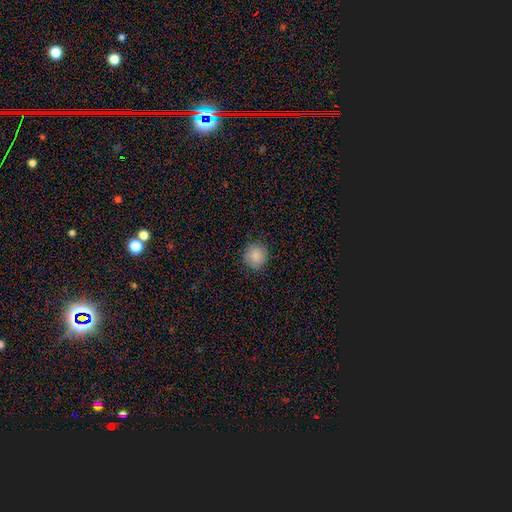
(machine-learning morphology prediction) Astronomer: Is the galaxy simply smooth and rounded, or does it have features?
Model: smooth — 88%.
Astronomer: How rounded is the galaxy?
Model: round — 91%.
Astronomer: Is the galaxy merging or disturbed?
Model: none — 89%.